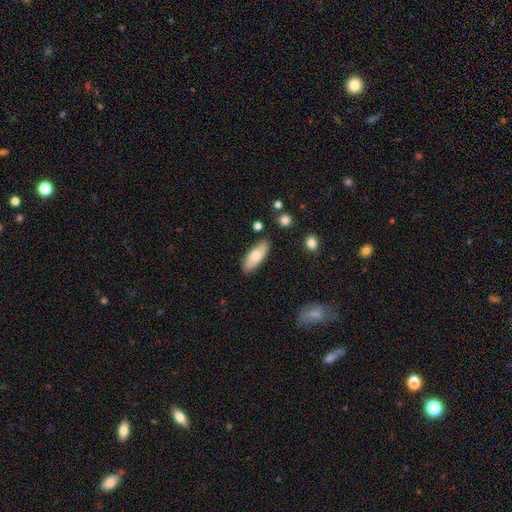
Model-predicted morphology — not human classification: Overall: smooth (69%). How rounded: in between (75%). Merging: none (85%).